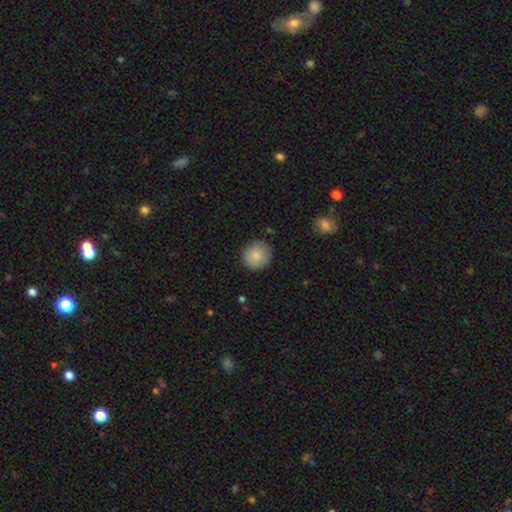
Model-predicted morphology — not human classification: smooth 86%, star or artifact 7%, featured or disk 7%. Down the decision tree: how rounded — round (92%); merging — none (86%).